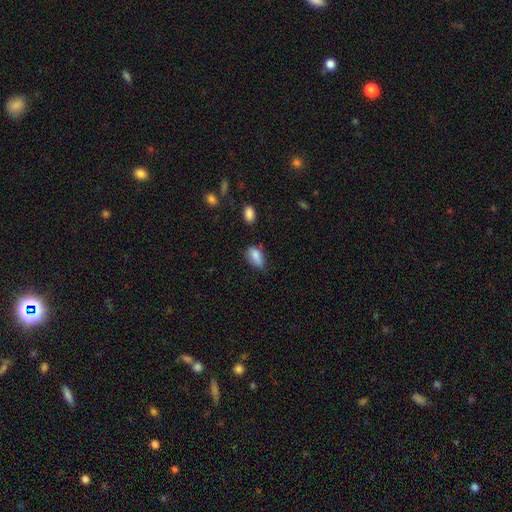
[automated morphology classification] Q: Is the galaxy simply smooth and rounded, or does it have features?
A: smooth — 84%.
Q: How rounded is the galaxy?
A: in between — 89%.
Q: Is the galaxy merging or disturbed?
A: none — 52%.